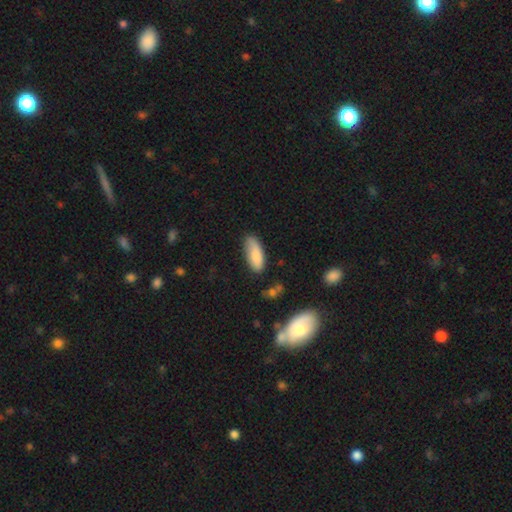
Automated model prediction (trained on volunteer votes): smooth 83%, featured or disk 10%, star or artifact 6%. Down the decision tree: how rounded — in between (78%); merging — none (71%).